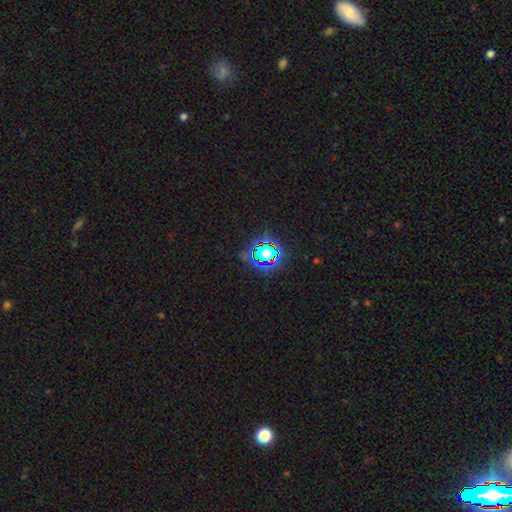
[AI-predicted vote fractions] Smooth or featured: star or artifact — 79% (smooth — 14%)